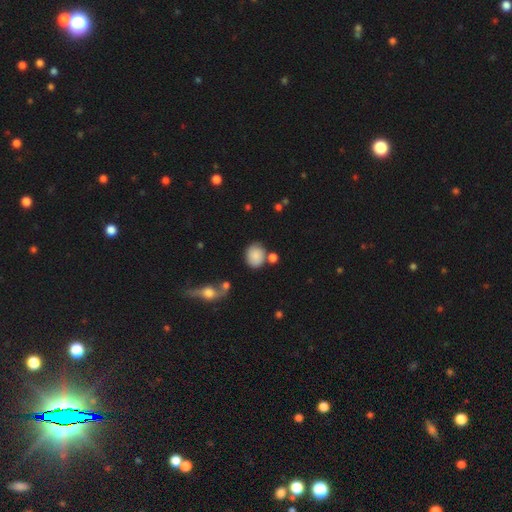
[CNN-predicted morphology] The model was most divided on "how rounded": round: 66%, in between: 32%, cigar-shaped: 1%. More confident: smooth or featured — smooth (82%); merging — none (68%).